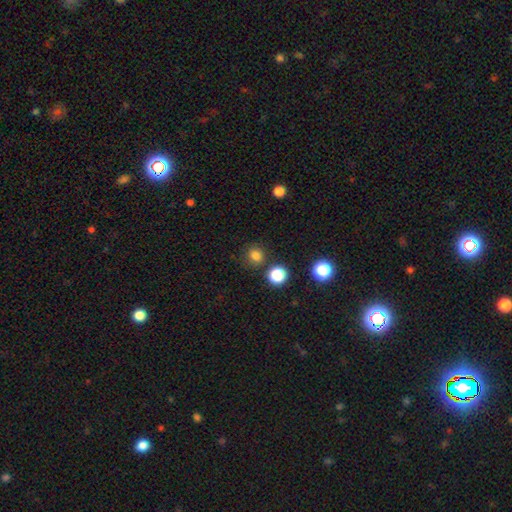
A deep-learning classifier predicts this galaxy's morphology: smooth 80%, star or artifact 16%, featured or disk 4%. Down the decision tree: how rounded — round (81%); merging — none (80%).